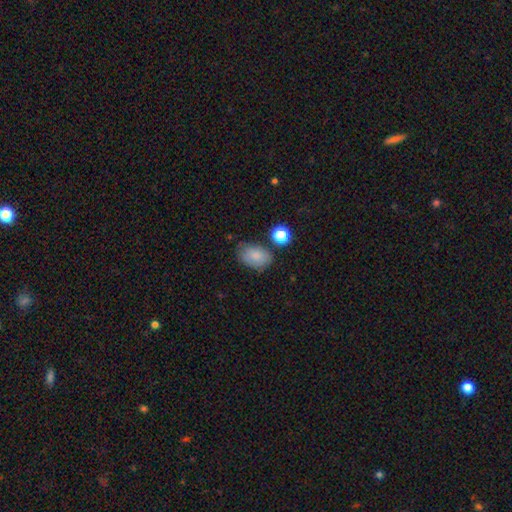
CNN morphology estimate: This appears to be a smooth galaxy with no disk features (81%) that is in between round and cigar-shaped (86%). Merging: none (64%).